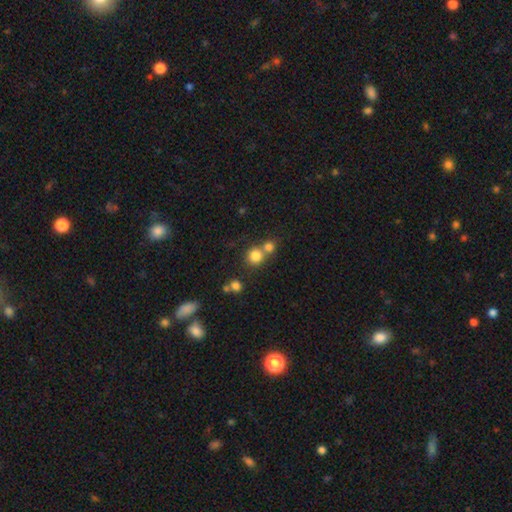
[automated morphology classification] type=smooth (79%); roundness=round (89%); merging=none (51%).